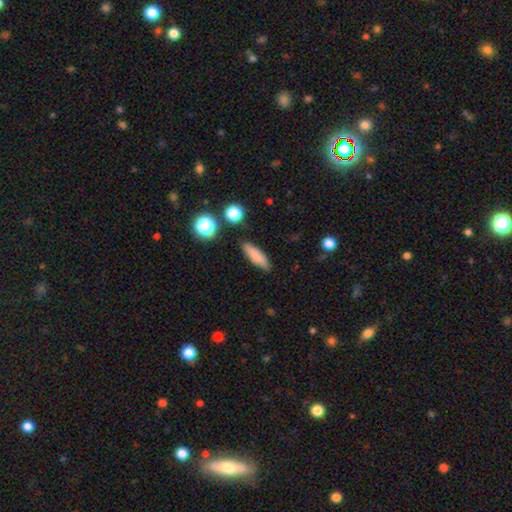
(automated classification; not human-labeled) A smooth galaxy with no disk features (81%) that is cigar-shaped (60%).

Vote fractions:
- Smooth or featured? smooth: 81% / featured or disk: 10% / star or artifact: 9%
- How rounded? cigar-shaped: 60% / in between: 37% / round: 3%
- Merging? none: 84% / minor disturbance: 11% / major disturbance: 3% / merger: 3%